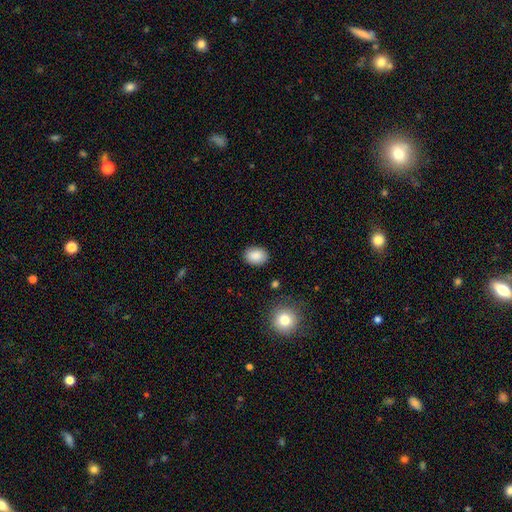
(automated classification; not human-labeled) smooth-or-featured: smooth: 88% | star or artifact: 8% | featured or disk: 4%
  how-rounded: in between: 68% | round: 31% | cigar-shaped: 1%
  merging: none: 86% | minor disturbance: 9% | major disturbance: 3% | merger: 2%